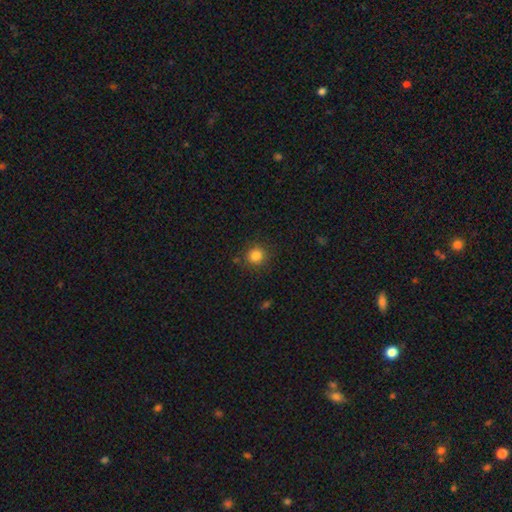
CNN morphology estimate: Smooth or featured? Predicted: smooth (p=0.83). How rounded? Predicted: round (p=0.92). Merging? Predicted: none (p=0.87).